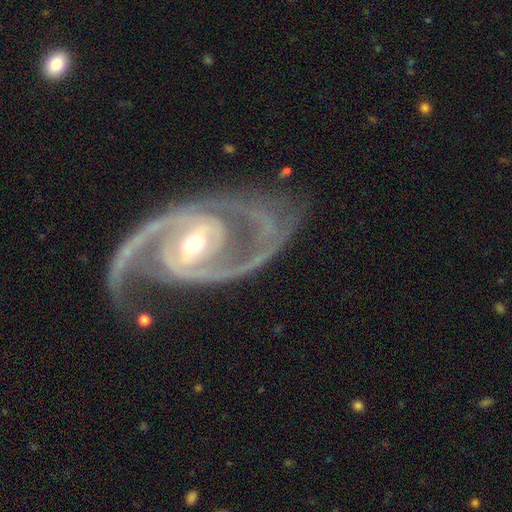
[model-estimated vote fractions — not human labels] Smooth or featured? featured or disk (93%)
Edge-on disk? no (97%)
Bar? strong (39%)
Spiral arms? yes (98%)
Spiral winding? medium (57%)
Spiral arm count? 2 (88%)
Bulge size? moderate (52%)
Merging? none (70%)